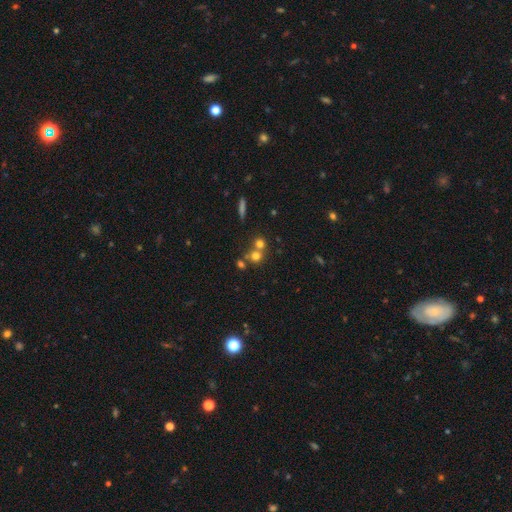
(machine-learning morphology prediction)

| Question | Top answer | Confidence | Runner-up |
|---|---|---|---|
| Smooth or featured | smooth | 68% | star or artifact (18%) |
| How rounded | round | 86% | in between (13%) |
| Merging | none | 47% | merger (44%) |